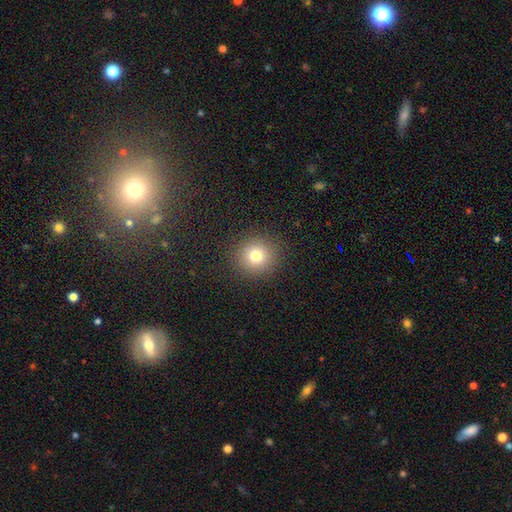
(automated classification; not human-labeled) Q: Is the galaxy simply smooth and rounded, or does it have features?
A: smooth — 77%.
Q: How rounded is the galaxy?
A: round — 92%.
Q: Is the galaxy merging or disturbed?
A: none — 90%.